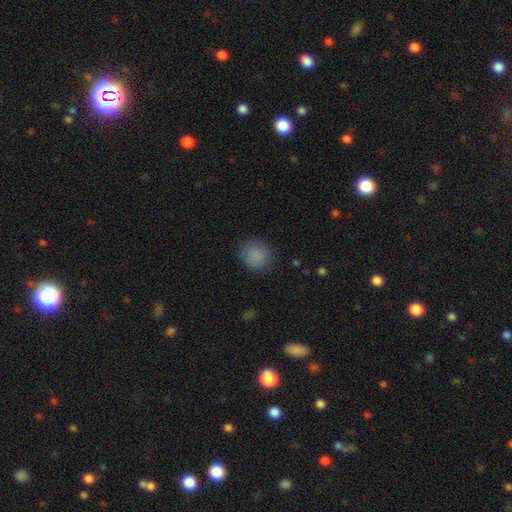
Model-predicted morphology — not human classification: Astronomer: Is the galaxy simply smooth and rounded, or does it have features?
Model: smooth — 86%.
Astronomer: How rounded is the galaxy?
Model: round — 81%.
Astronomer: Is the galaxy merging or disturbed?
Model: none — 81%.